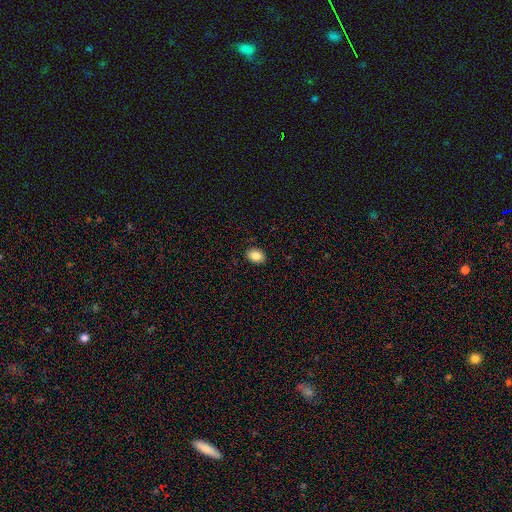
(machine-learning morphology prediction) type=smooth (86%); roundness=in between (77%); merging=none (88%).